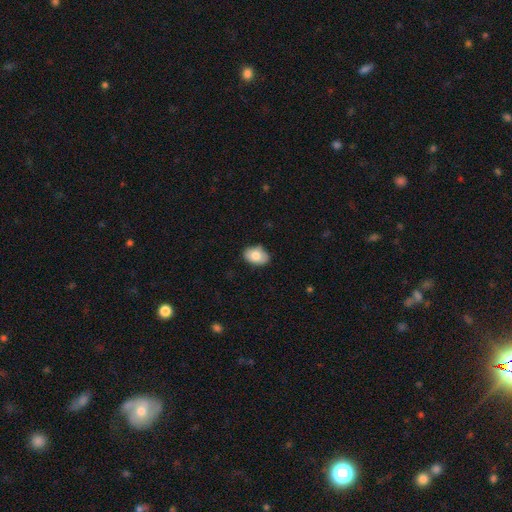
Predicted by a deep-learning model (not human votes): smooth 80%, featured or disk 13%, star or artifact 7%. Down the decision tree: how rounded — in between (82%); merging — none (81%).